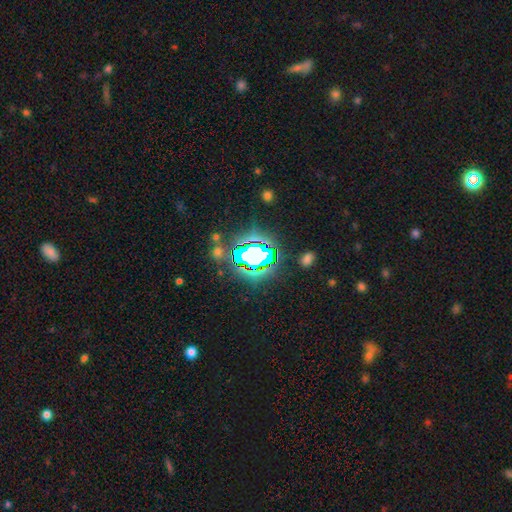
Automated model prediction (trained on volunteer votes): Smooth or featured? Predicted: star or artifact (p=0.68).